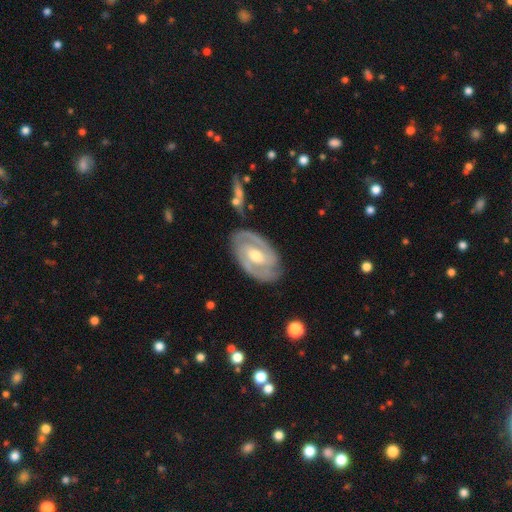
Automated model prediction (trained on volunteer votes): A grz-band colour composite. It shows a featured or disk galaxy (88%) with a weak bar (46%), 2 (84%) tight (55%) spiral arms (94%) and a moderate central bulge (70%). Merging: none (82%).